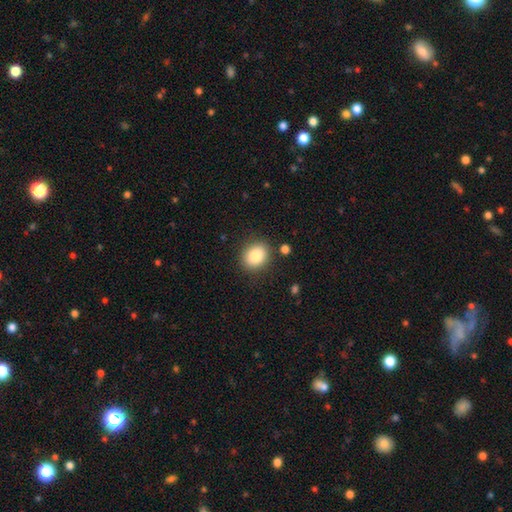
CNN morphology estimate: Smooth or featured?
  - smooth: 85% *
  - star or artifact: 9%
  - featured or disk: 6%
How rounded?
  - round: 58% *
  - in between: 41%
  - cigar-shaped: 1%
Merging?
  - none: 86% *
  - minor disturbance: 9%
  - major disturbance: 3%
  - merger: 2%